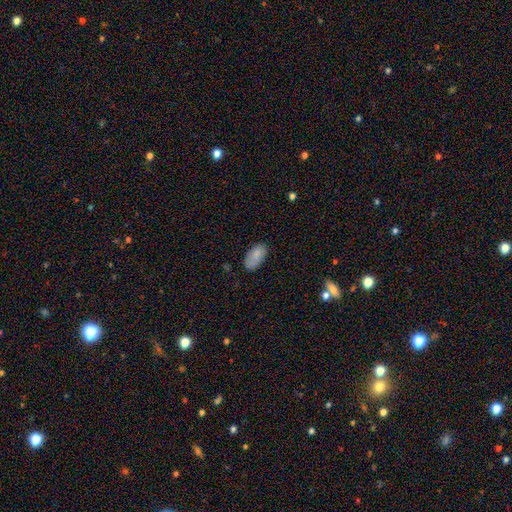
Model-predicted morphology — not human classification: smooth 84%, featured or disk 8%, star or artifact 7%. Down the decision tree: how rounded — in between (94%); merging — none (74%).